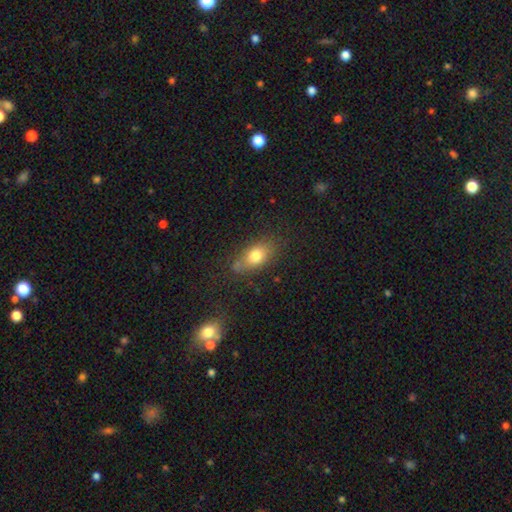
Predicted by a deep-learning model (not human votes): Smooth or featured: smooth — 75% (featured or disk — 15%)
How rounded: in between — 78% (round — 15%)
Merging: none — 72% (minor disturbance — 18%)